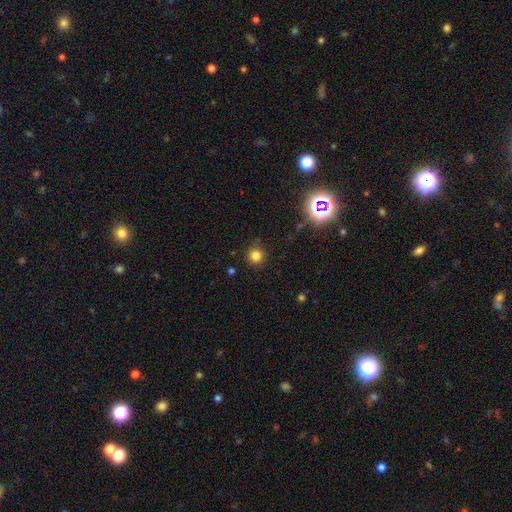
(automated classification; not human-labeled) smooth-or-featured: smooth: 79% | star or artifact: 16% | featured or disk: 5%
  how-rounded: round: 93% | in between: 6% | cigar-shaped: 1%
  merging: none: 85% | minor disturbance: 10% | major disturbance: 3% | merger: 2%